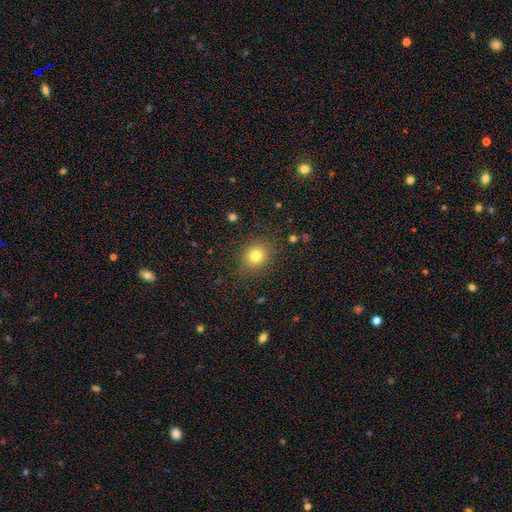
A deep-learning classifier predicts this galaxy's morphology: The model was most divided on "how rounded": round: 77%, in between: 22%, cigar-shaped: 1%. More confident: merging — none (86%); smooth or featured — smooth (79%).